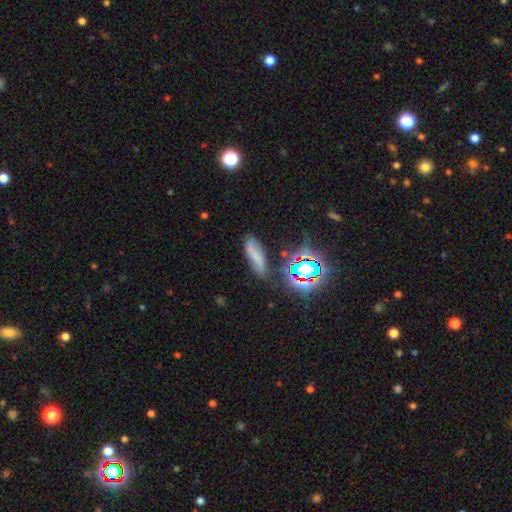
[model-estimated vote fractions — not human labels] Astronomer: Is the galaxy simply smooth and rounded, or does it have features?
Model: smooth — 50% (runner-up: featured or disk, 29%).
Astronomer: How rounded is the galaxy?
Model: in between — 55% (runner-up: cigar-shaped, 39%).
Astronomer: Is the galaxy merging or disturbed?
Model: none — 60%.